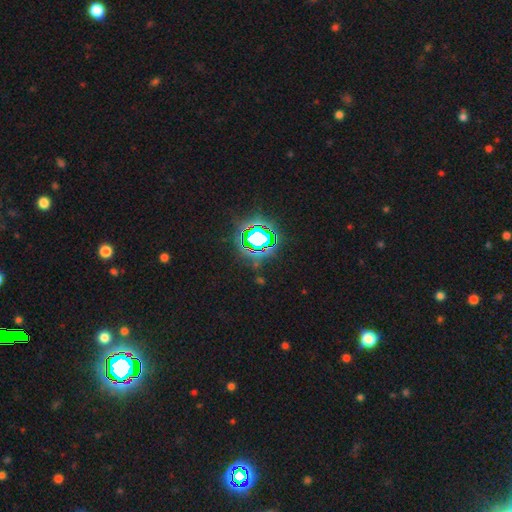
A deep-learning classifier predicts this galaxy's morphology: This appears to be a star or artifact, not a galaxy (84%).